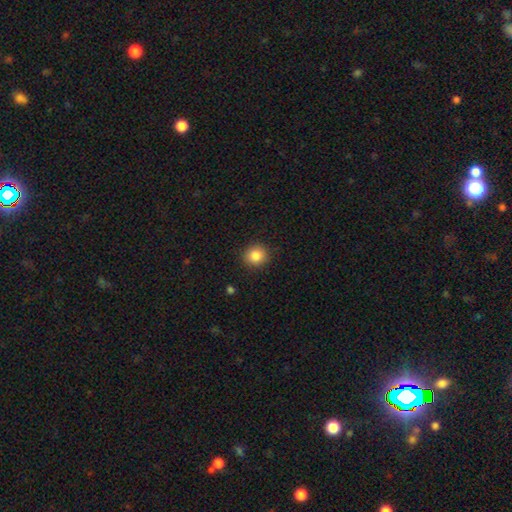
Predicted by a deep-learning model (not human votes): This appears to be a smooth galaxy with no disk features (85%) that is round (87%). Merging: none (89%).